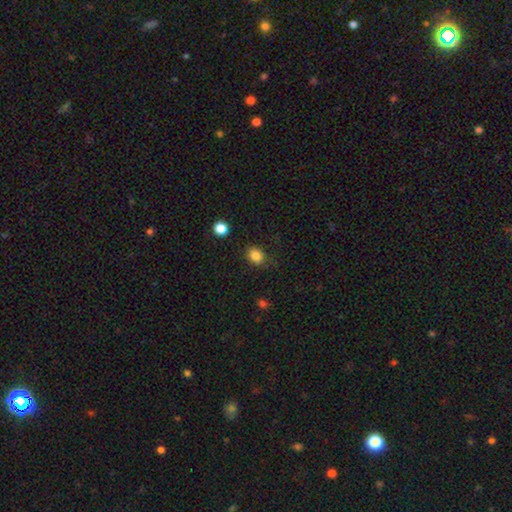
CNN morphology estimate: Smooth or featured: smooth — 85% (star or artifact — 11%)
How rounded: in between — 53% (round — 46%)
Merging: none — 81% (minor disturbance — 13%)